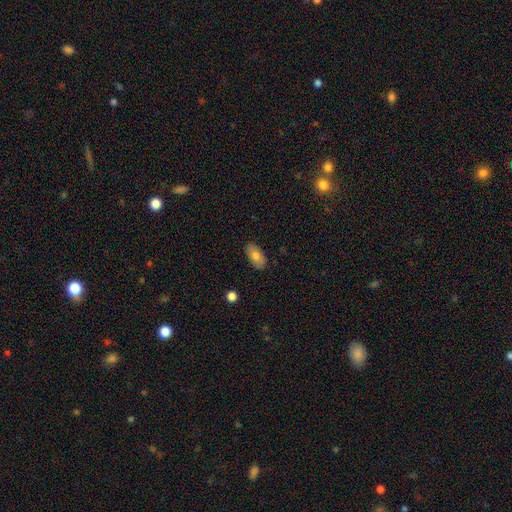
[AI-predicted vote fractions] smooth-or-featured: smooth: 77% | featured or disk: 15% | star or artifact: 7%
  how-rounded: in between: 93% | round: 4% | cigar-shaped: 3%
  merging: none: 85% | minor disturbance: 12% | major disturbance: 2% | merger: 1%